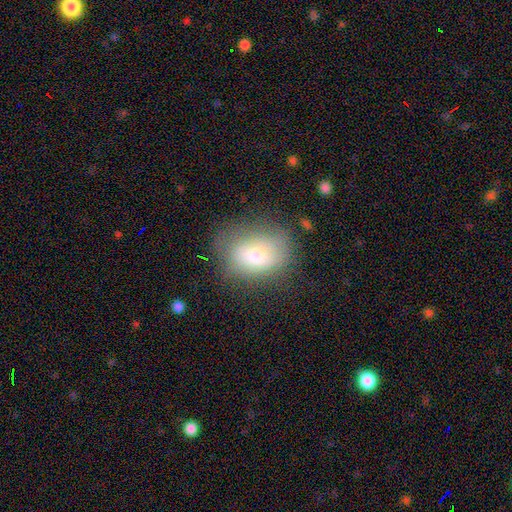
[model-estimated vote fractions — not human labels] Smooth or featured? smooth (67%)
How rounded? in between (64%)
Merging? none (58%)